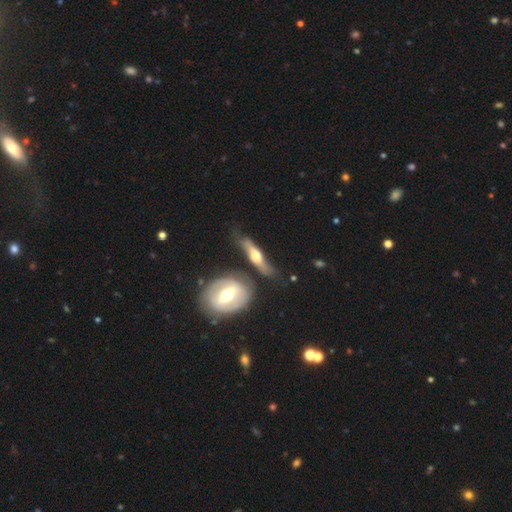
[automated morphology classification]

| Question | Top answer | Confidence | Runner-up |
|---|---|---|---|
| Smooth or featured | featured or disk | 68% | smooth (28%) |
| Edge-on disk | yes | 75% | no (25%) |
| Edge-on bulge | rounded | 91% | boxy (5%) |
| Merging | none | 55% | minor disturbance (20%) |